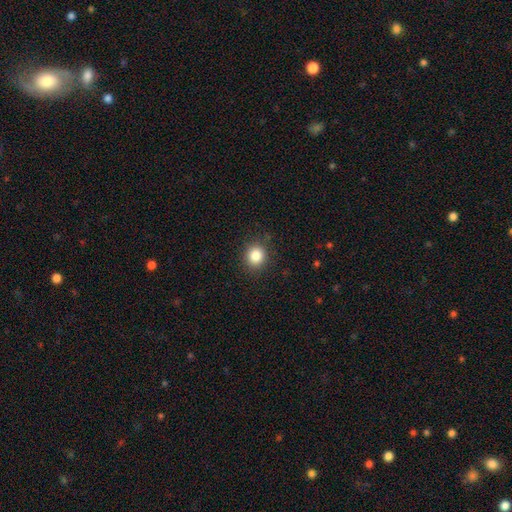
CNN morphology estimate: The model was most divided on "how rounded": round: 83%, in between: 16%, cigar-shaped: 1%. More confident: merging — none (89%); smooth or featured — smooth (84%).